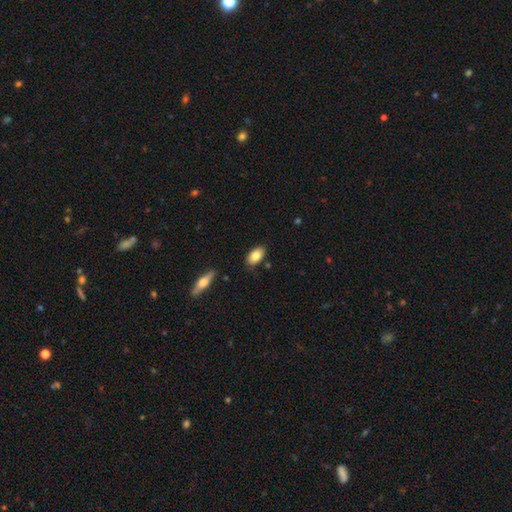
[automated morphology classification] Smooth or featured? Predicted: smooth (p=0.81). How rounded? Predicted: in between (p=0.92). Merging? Predicted: none (p=0.83).